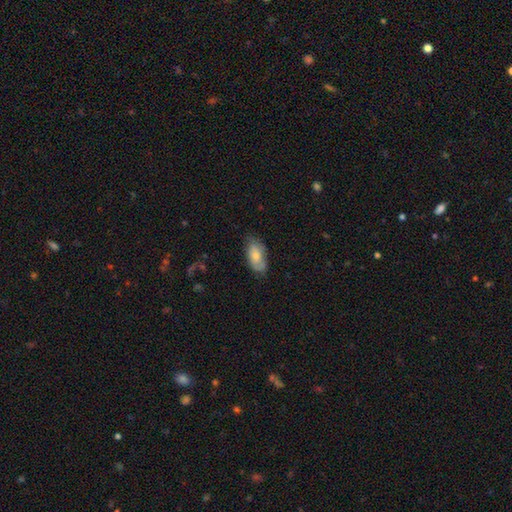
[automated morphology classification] A smooth galaxy with no disk features (69%) that is in between round and cigar-shaped (92%).

Vote fractions:
- Smooth or featured? smooth: 69% / featured or disk: 24% / star or artifact: 6%
- How rounded? in between: 92% / cigar-shaped: 5% / round: 3%
- Merging? none: 65% / minor disturbance: 28% / major disturbance: 6% / merger: 1%